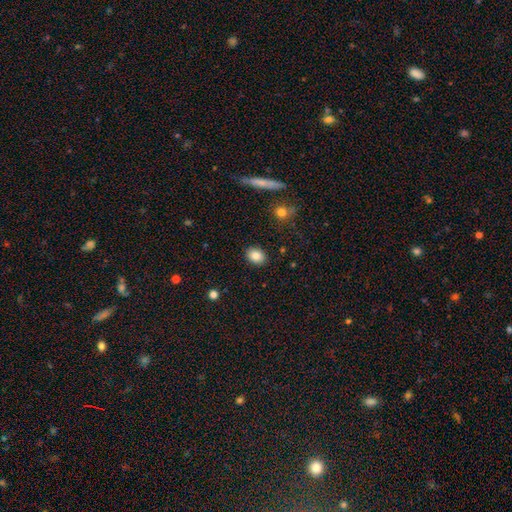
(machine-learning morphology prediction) type=smooth (84%); roundness=in between (61%); merging=none (89%).